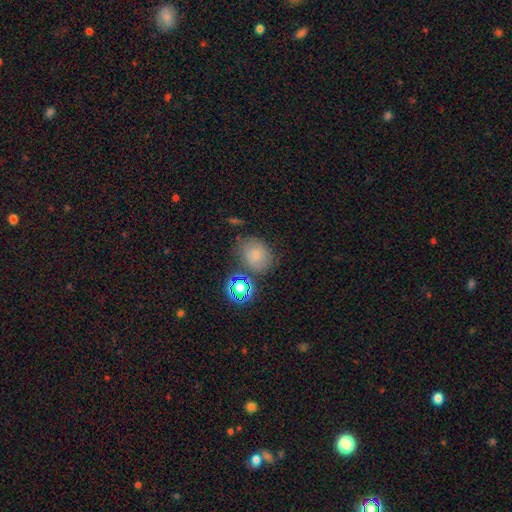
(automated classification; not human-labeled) This is likely a smooth galaxy (70%). How rounded: possibly round (60%). Merging: likely none (67%).